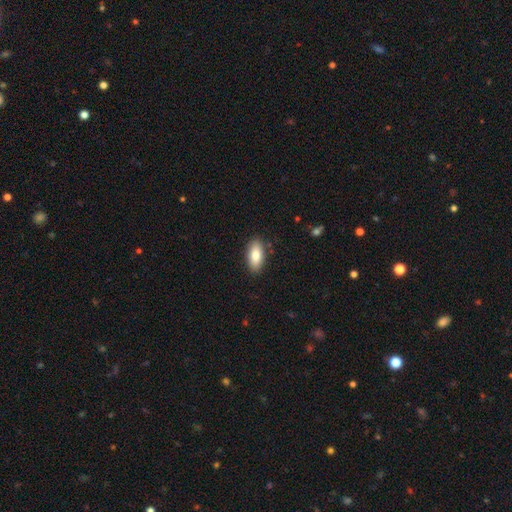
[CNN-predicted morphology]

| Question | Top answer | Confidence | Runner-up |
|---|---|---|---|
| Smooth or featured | smooth | 84% | featured or disk (10%) |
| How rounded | in between | 90% | cigar-shaped (7%) |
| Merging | none | 87% | minor disturbance (9%) |